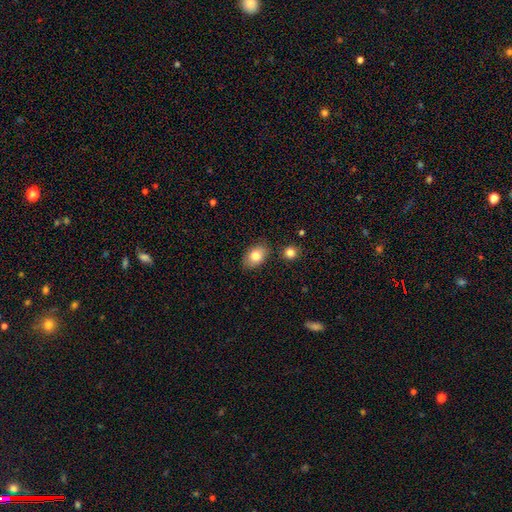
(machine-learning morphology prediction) Smooth or featured?
  - smooth: 81% *
  - featured or disk: 11%
  - star or artifact: 8%
How rounded?
  - in between: 84% *
  - round: 15%
  - cigar-shaped: 1%
Merging?
  - none: 81% *
  - minor disturbance: 12%
  - merger: 4%
  - major disturbance: 3%